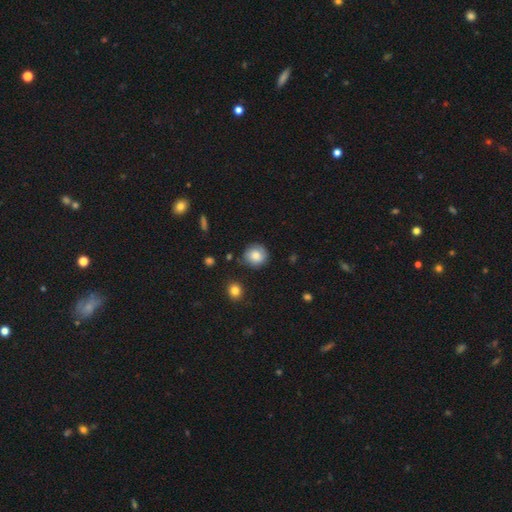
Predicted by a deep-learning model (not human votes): The model was most divided on "merging": none: 78%, minor disturbance: 16%, major disturbance: 4%, merger: 2%. More confident: how rounded — round (87%); smooth or featured — smooth (78%).